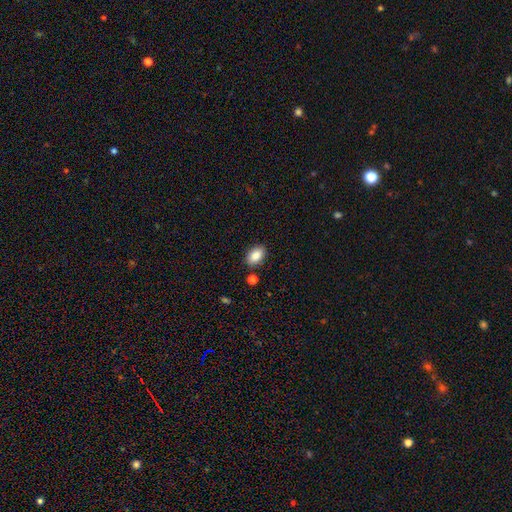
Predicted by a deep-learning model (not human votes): smooth_or_featured: smooth (p=0.87) [alt: star or artifact p=0.08]
how_rounded: in between (p=0.89) [alt: round p=0.10]
merging: none (p=0.85) [alt: minor disturbance p=0.09]